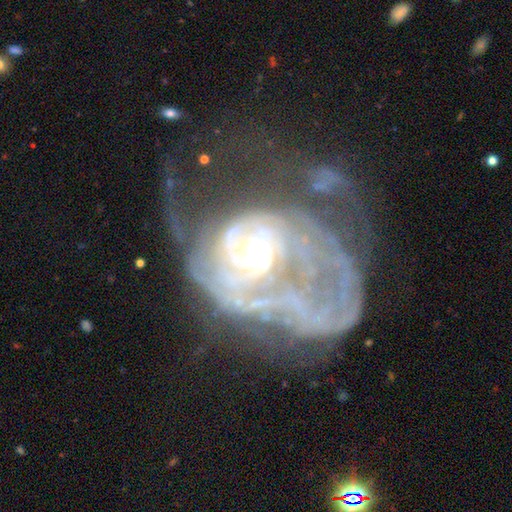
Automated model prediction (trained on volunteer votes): A featured or disk galaxy (85%) with no bar (66%), tight (49%) spiral arms (87%) and a moderate central bulge (66%).

Vote fractions:
- Smooth or featured? featured or disk: 85% / star or artifact: 8% / smooth: 7%
- Edge-on disk? no: 97% / yes: 3%
- Bar? no: 66% / weak: 24% / strong: 10%
- Spiral arms? yes: 87% / no: 13%
- Spiral winding? tight: 49% / medium: 33% / loose: 17%
- Spiral arm count? can't tell: 32% / 2: 27% / 3: 14% / 1: 11% / 4: 9% / more than 4: 8%
- Bulge size? moderate: 66% / small: 17% / large: 12% / none: 3% / dominant: 2%
- Merging? major disturbance: 46% / none: 23% / merger: 15% / minor disturbance: 15%